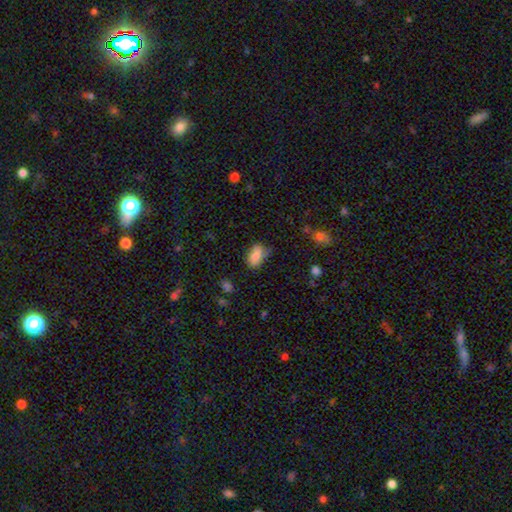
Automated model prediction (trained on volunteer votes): Q: Smooth or featured?
A: smooth (83%); runner-up: featured or disk (9%)
Q: How rounded?
A: in between (90%); runner-up: round (5%)
Q: Merging?
A: none (61%); runner-up: minor disturbance (28%)